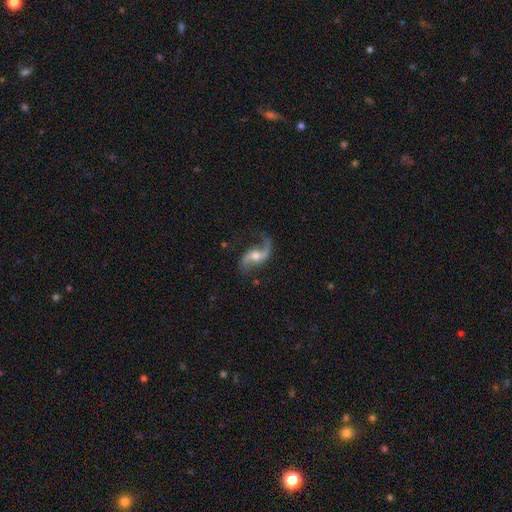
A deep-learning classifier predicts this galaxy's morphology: Smooth or featured? Predicted: featured or disk (p=0.90). Edge-on disk? Predicted: no (p=0.96). Bar? Predicted: no (p=0.47). Spiral arms? Predicted: yes (p=0.97). Spiral winding? Predicted: loose (p=0.82). Spiral arm count? Predicted: 2 (p=0.92). Bulge size? Predicted: moderate (p=0.67). Merging? Predicted: none (p=0.75).